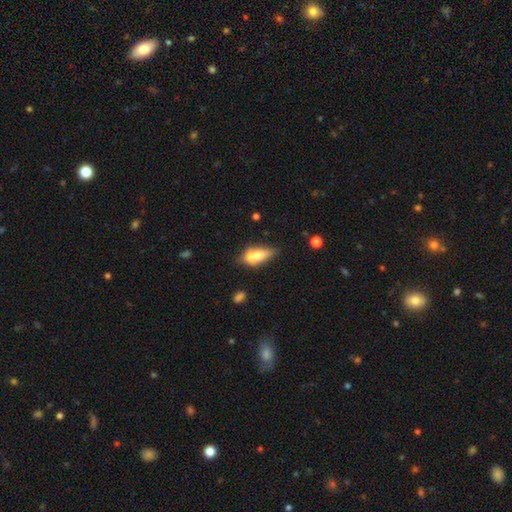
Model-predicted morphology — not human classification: smooth 63%, featured or disk 29%, star or artifact 8%. Down the decision tree: how rounded — in between (75%); merging — merger (39%).